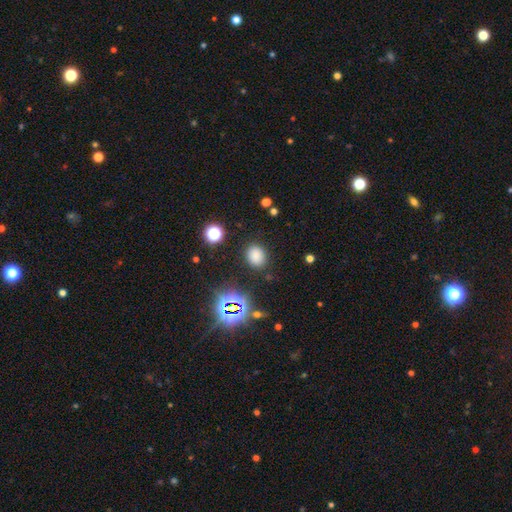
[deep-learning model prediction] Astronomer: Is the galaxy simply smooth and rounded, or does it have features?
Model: smooth — 75%.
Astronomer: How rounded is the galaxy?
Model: in between — 53% (runner-up: round, 46%).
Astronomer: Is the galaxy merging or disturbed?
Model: none — 84%.